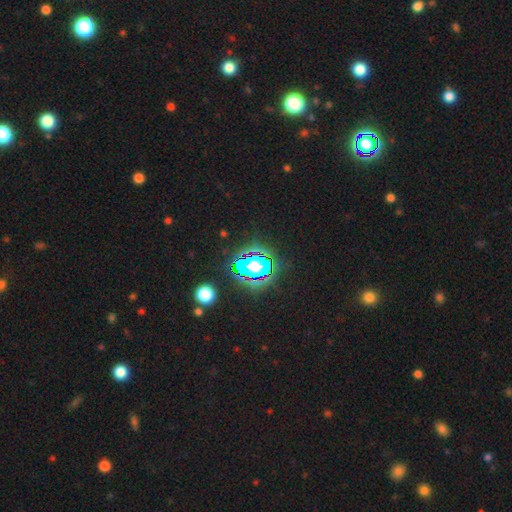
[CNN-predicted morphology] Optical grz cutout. It shows a star or artifact, not a galaxy (78%).